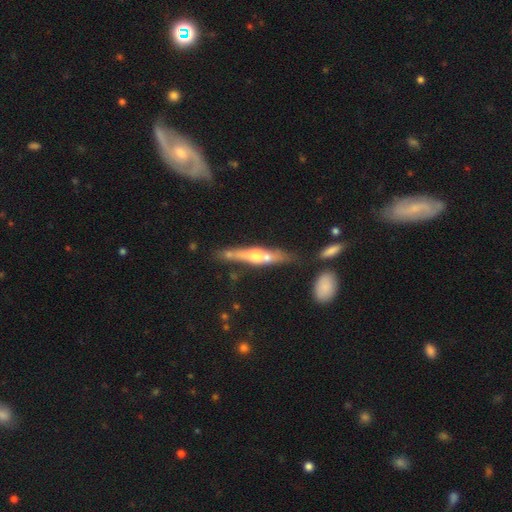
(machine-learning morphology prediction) This appears to be a featured or disk galaxy (60%) viewed edge-on (90%) with a rounded central bulge (86%). Merging: none (64%).